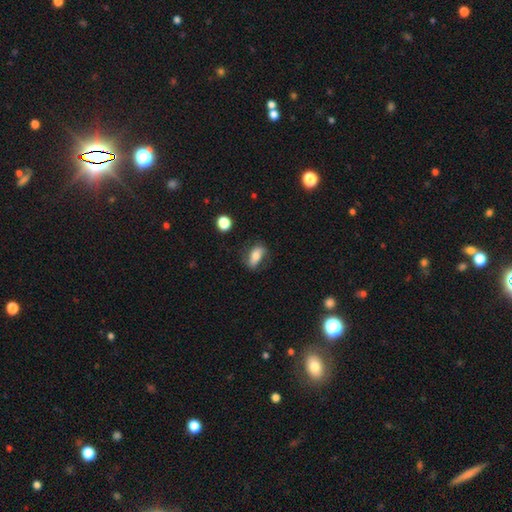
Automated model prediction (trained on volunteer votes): A smooth galaxy with no disk features (65%) that is in between round and cigar-shaped (79%).

Vote fractions:
- Smooth or featured? smooth: 65% / featured or disk: 26% / star or artifact: 8%
- How rounded? in between: 79% / cigar-shaped: 13% / round: 8%
- Merging? none: 67% / minor disturbance: 22% / major disturbance: 9% / merger: 2%